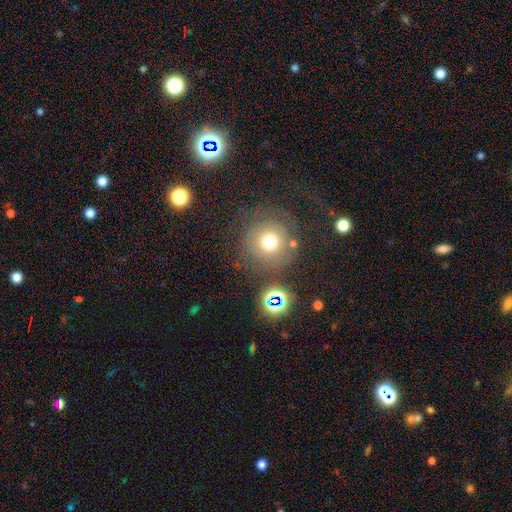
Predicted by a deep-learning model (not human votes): The model was most divided on "smooth or featured": smooth: 48%, star or artifact: 26%, featured or disk: 25%. More confident: merging — none (72%).